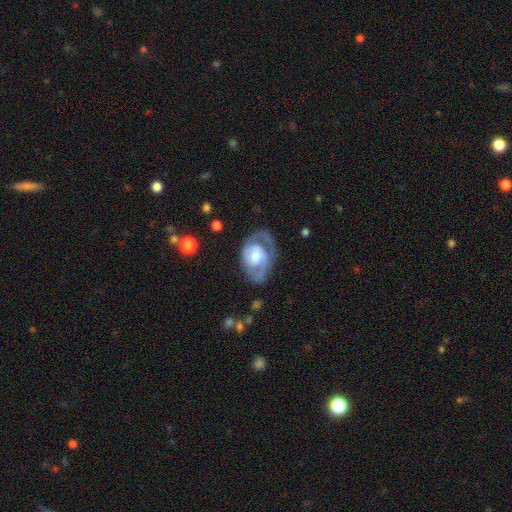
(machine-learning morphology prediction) Overall: featured or disk (74%). Edge-on disk: no (97%). Bar: no (58%; weak 34%). Spiral arms: yes (83%). Spiral arm count: 2 (59%). Spiral winding: tight (45%; medium 41%). Bulge size: moderate (43%; large 28%). Merging: none (57%; minor disturbance 23%).